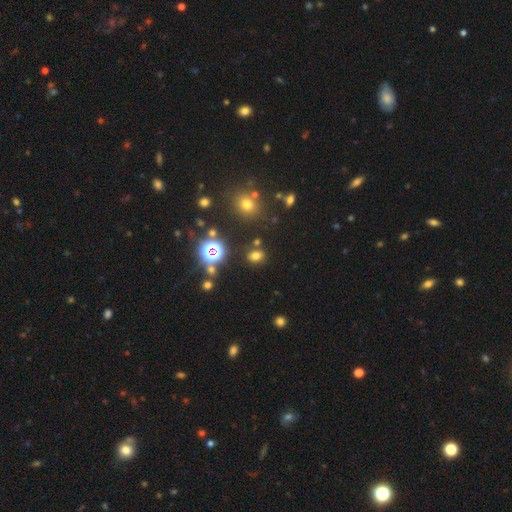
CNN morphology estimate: Overall: smooth (66%). How rounded: in between (55%; round 43%). Merging: none (79%).